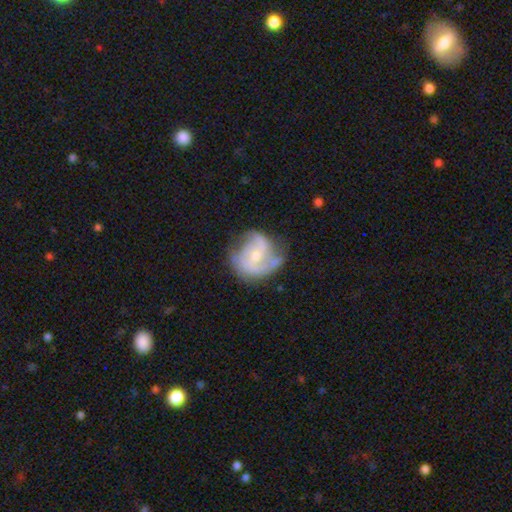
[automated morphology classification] This is clearly a featured or disk galaxy (81%). It is clearly not viewed edge-on (98%). Bar: possibly no (51%). Spiral arm pattern: clearly yes (93%). Spiral arm count: possibly 2 (54%). Spiral winding: possibly medium (48%). Central bulge: possibly small (58%). Merging: possibly none (56%).